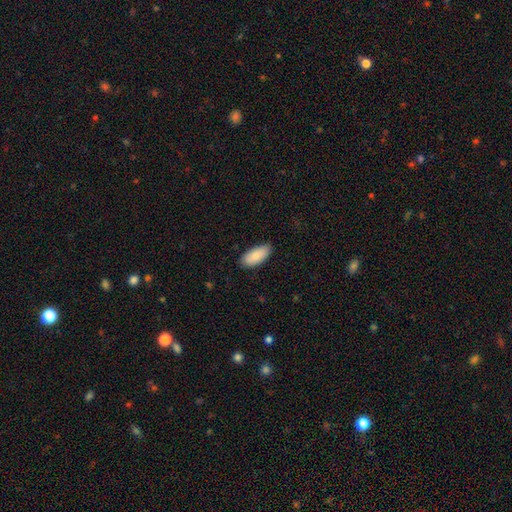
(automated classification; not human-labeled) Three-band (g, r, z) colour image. It shows a smooth galaxy with no disk features (89%) that is in between round and cigar-shaped (90%). Merging: none (85%).